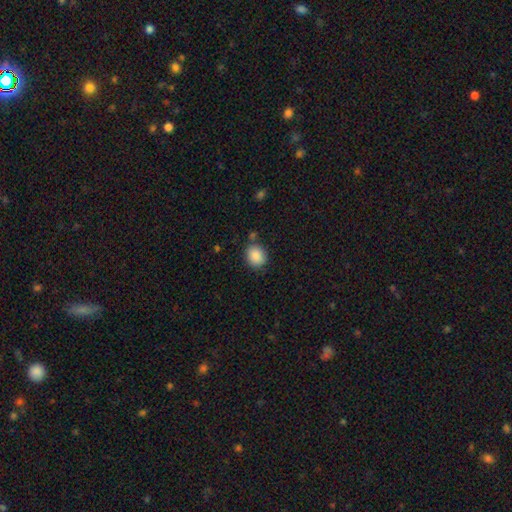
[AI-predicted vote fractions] Q: Smooth or featured?
A: smooth (88%); runner-up: star or artifact (8%)
Q: How rounded?
A: round (66%); runner-up: in between (33%)
Q: Merging?
A: none (78%); runner-up: minor disturbance (13%)